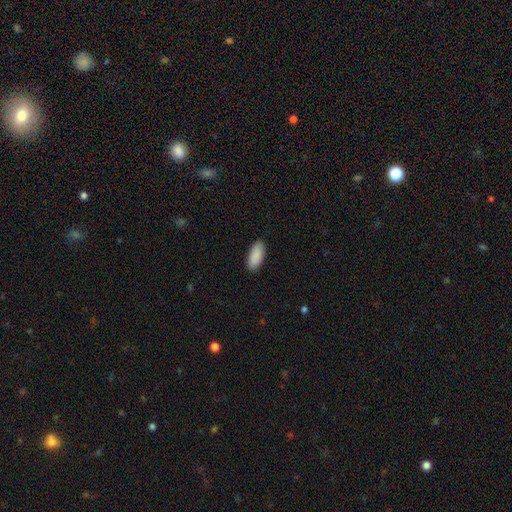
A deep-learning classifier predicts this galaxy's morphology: Overall: smooth (91%). How rounded: in between (90%). Merging: none (89%).